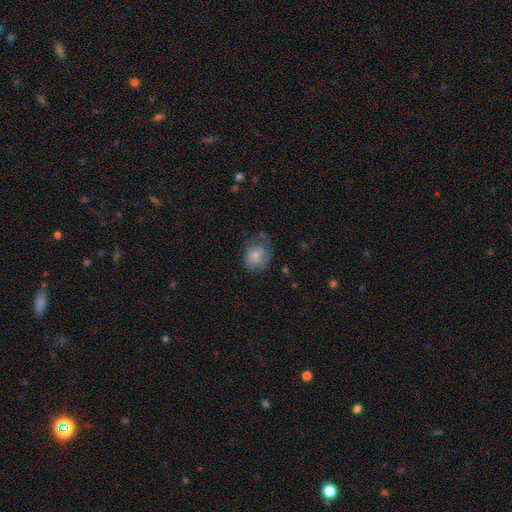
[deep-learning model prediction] Q: Smooth or featured?
A: smooth (76%); runner-up: featured or disk (16%)
Q: How rounded?
A: round (59%); runner-up: in between (40%)
Q: Merging?
A: none (50%); runner-up: minor disturbance (31%)